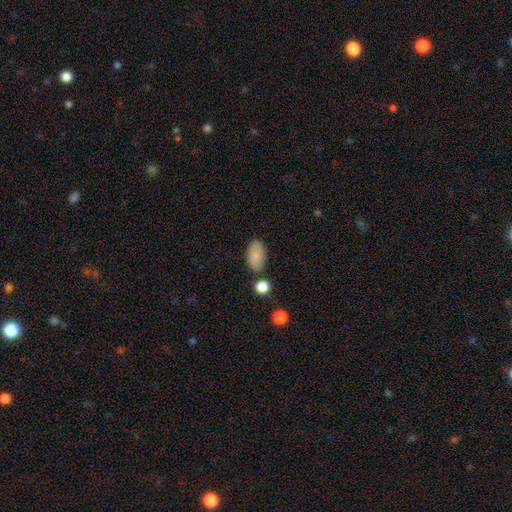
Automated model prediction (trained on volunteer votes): Smooth or featured? Predicted: smooth (p=0.84). How rounded? Predicted: in between (p=0.93). Merging? Predicted: none (p=0.78).